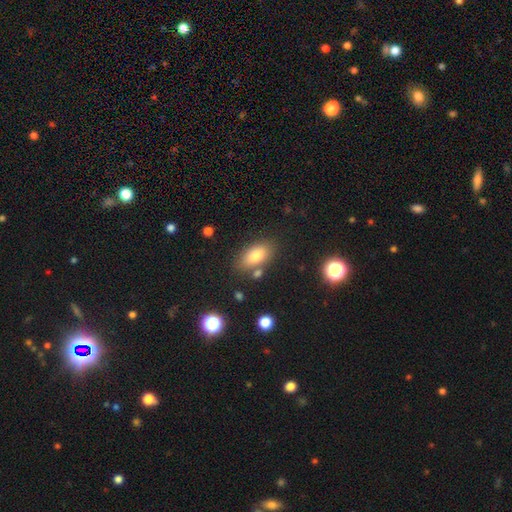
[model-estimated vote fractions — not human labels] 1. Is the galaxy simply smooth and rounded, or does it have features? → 80% smooth, 11% featured or disk, 9% star or artifact.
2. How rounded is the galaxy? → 89% in between, 6% round, 5% cigar-shaped.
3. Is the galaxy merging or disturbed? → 75% none, 13% minor disturbance, 8% merger, 4% major disturbance.